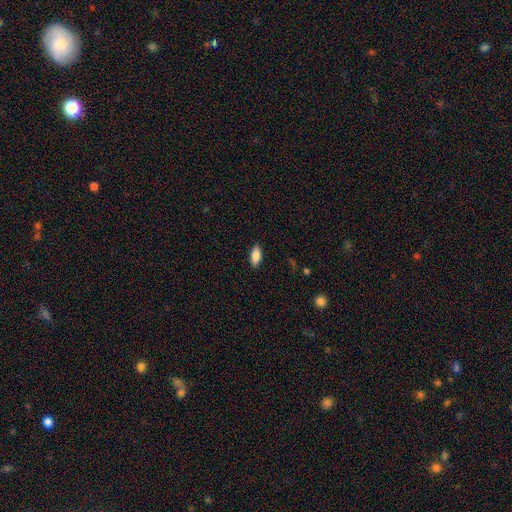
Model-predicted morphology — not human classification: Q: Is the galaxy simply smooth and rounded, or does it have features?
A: smooth — 84%.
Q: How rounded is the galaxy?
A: in between — 84%.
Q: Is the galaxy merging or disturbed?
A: none — 87%.